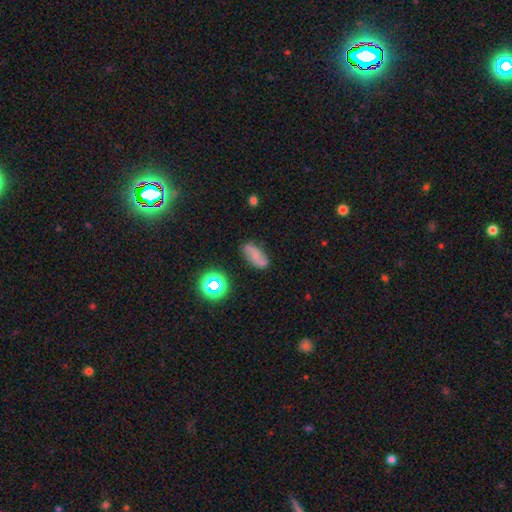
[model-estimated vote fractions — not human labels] The model was most divided on "smooth or featured": smooth: 45%, featured or disk: 41%, star or artifact: 14%. More confident: merging — none (75%).